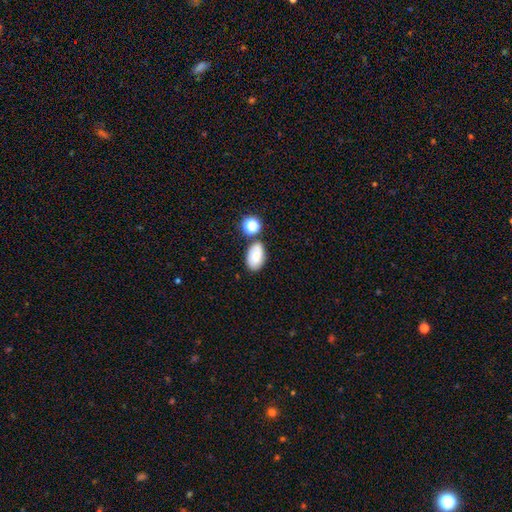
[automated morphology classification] The model was most divided on "merging": none: 72%, minor disturbance: 14%, merger: 11%, major disturbance: 3%. More confident: how rounded — in between (91%); smooth or featured — smooth (76%).